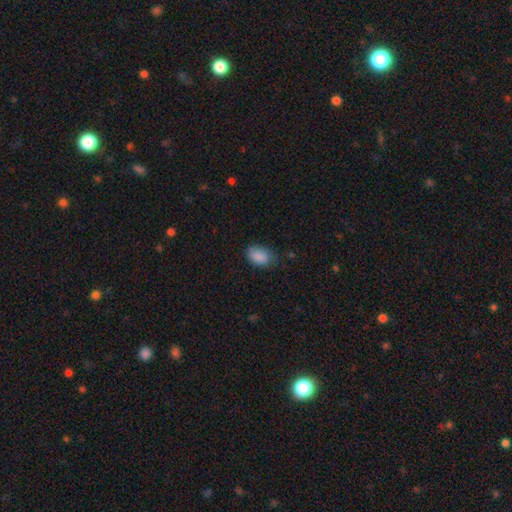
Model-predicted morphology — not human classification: Smooth or featured? smooth (87%)
How rounded? in between (87%)
Merging? none (69%)